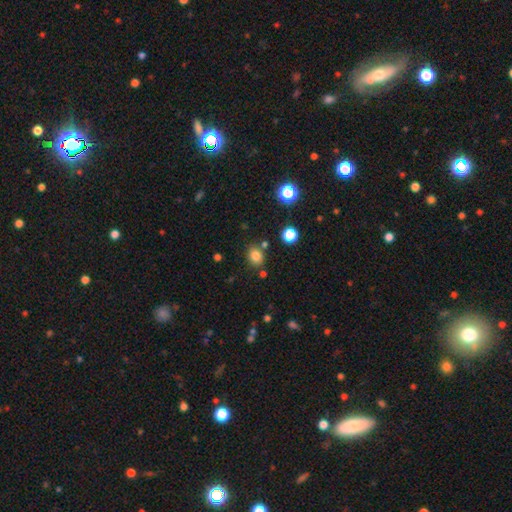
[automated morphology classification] smooth_or_featured: smooth (p=0.80) [alt: star or artifact p=0.14]
how_rounded: round (p=0.57) [alt: in between p=0.42]
merging: none (p=0.77) [alt: minor disturbance p=0.11]